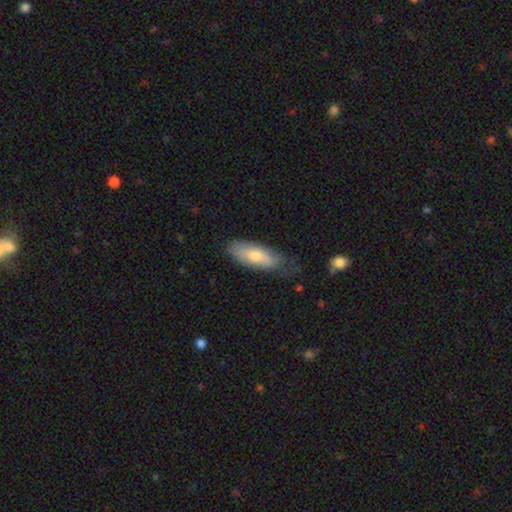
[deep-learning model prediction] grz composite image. It shows a smooth galaxy with no disk features (72%) that is in between round and cigar-shaped (70%). Merging: none (61%).